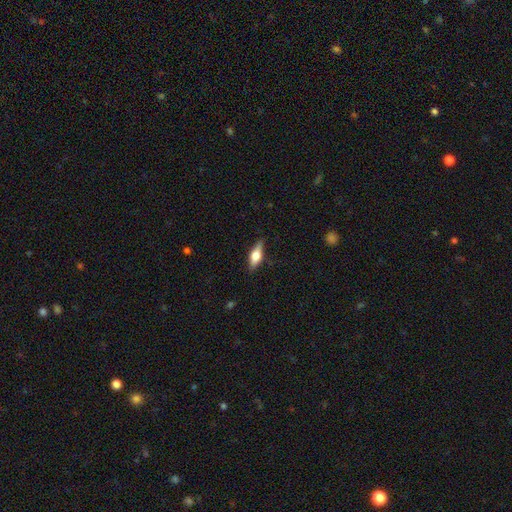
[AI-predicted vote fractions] Overall: smooth (52%; featured or disk 41%). How rounded: in between (63%; cigar-shaped 33%). Merging: none (82%).